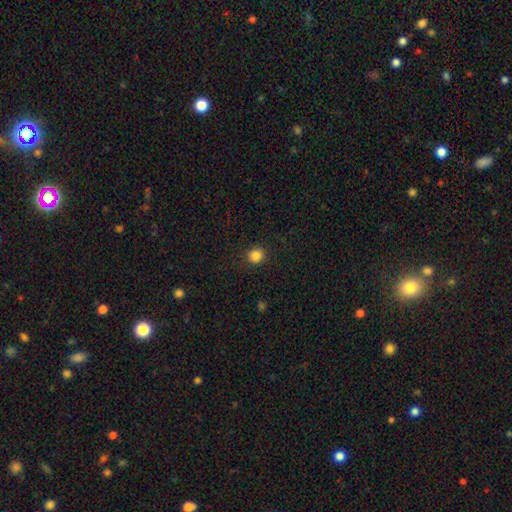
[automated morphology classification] smooth 85%, star or artifact 11%, featured or disk 4%. Down the decision tree: how rounded — round (90%); merging — none (90%).